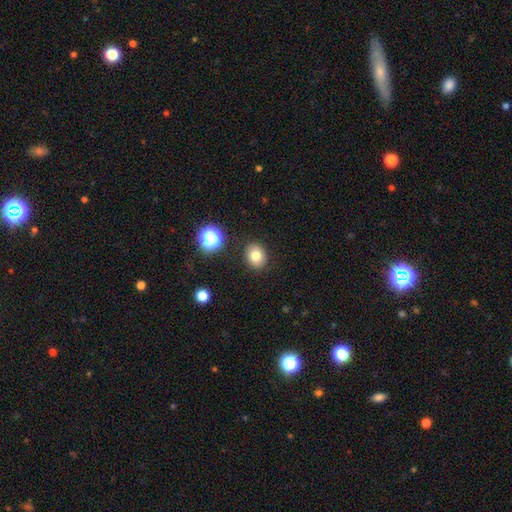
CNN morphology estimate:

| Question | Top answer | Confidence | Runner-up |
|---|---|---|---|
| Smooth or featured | smooth | 79% | star or artifact (13%) |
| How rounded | round | 59% | in between (40%) |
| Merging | none | 88% | minor disturbance (8%) |